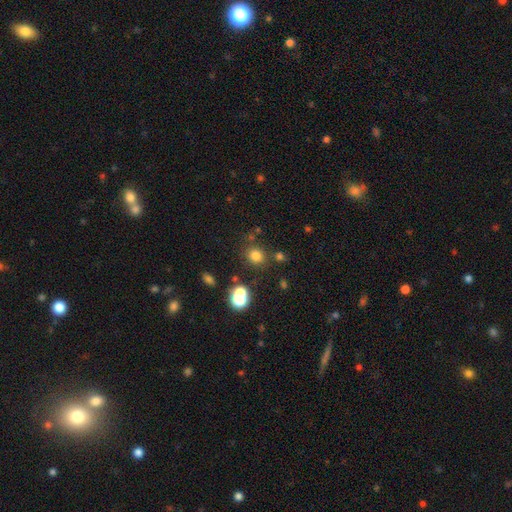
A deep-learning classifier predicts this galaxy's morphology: Smooth or featured?
  - smooth: 77% *
  - star or artifact: 17%
  - featured or disk: 6%
How rounded?
  - round: 83% *
  - in between: 16%
  - cigar-shaped: 1%
Merging?
  - none: 77% *
  - merger: 9%
  - minor disturbance: 9%
  - major disturbance: 4%